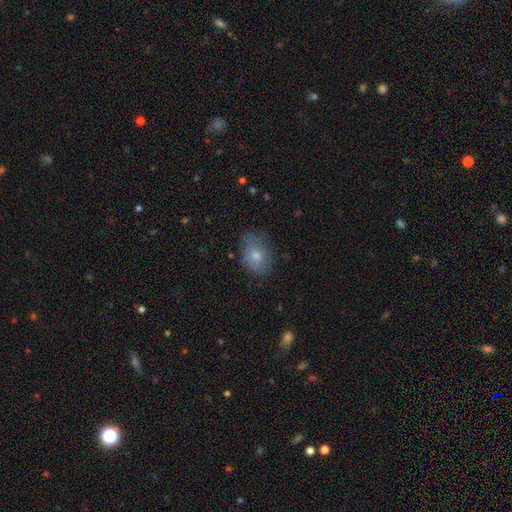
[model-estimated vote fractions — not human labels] Smooth or featured: smooth — 68% (featured or disk — 20%)
How rounded: in between — 69% (round — 30%)
Merging: none — 72% (minor disturbance — 21%)